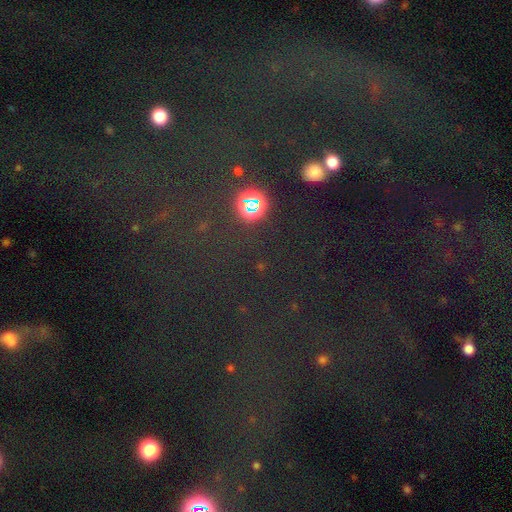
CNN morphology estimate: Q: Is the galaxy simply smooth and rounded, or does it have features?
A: star or artifact — 69%.